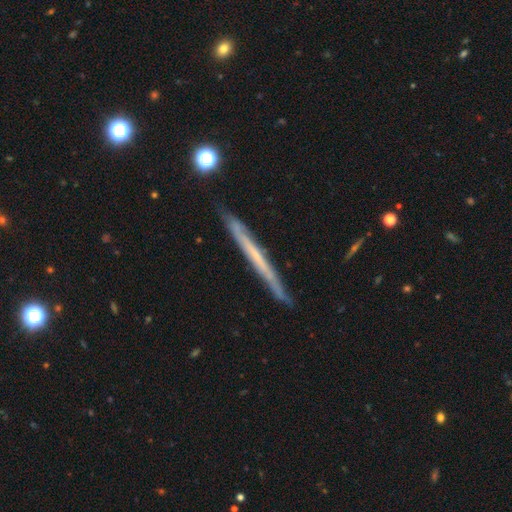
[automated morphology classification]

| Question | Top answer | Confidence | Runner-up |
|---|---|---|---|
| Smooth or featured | featured or disk | 60% | smooth (34%) |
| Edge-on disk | yes | 95% | no (5%) |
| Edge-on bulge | none | 87% | rounded (9%) |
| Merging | none | 87% | minor disturbance (10%) |